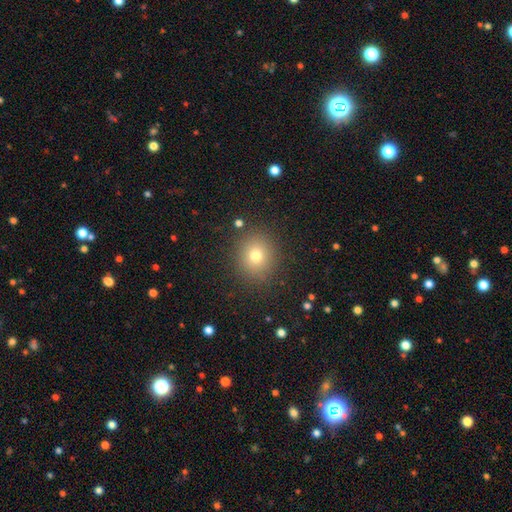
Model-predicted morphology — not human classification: This is likely a smooth galaxy (75%). How rounded: clearly round (81%). Merging: clearly none (87%).